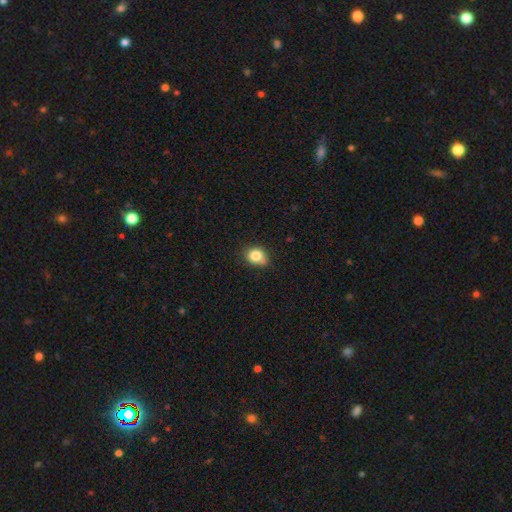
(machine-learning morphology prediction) A smooth galaxy with no disk features (81%) that is round (55%). Merging: none (61%).